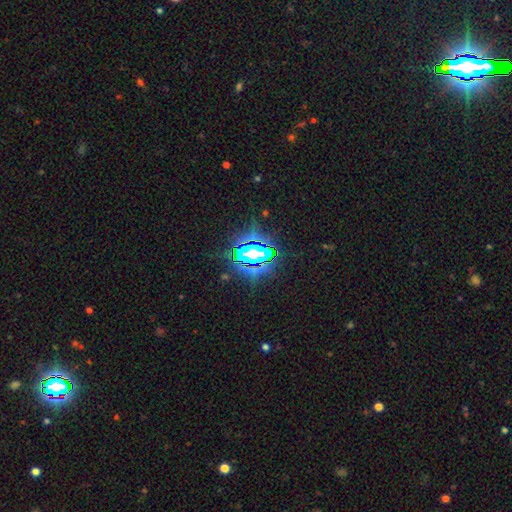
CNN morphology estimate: Smooth or featured? star or artifact (80%)